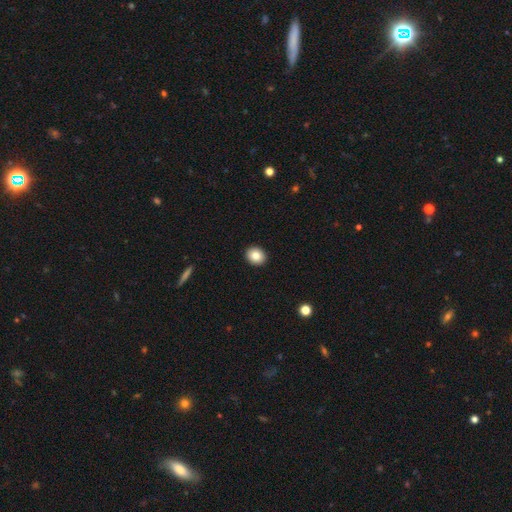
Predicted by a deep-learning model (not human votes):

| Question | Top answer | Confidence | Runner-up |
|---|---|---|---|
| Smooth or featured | smooth | 85% | star or artifact (9%) |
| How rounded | round | 64% | in between (35%) |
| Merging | none | 93% | minor disturbance (5%) |